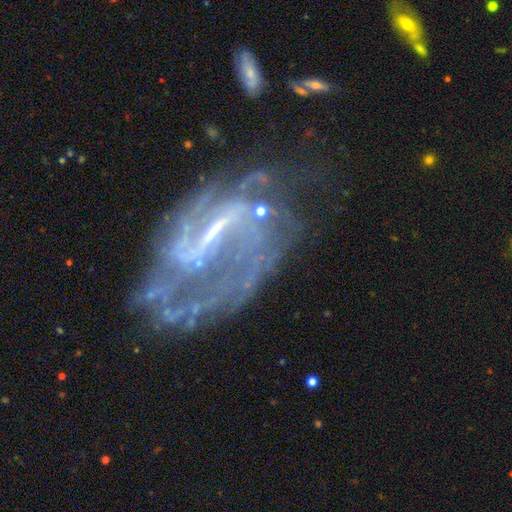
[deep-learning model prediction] The model was most divided on "spiral arm count": 2: 40%, can't tell: 31%, 3: 11%, 1: 7%, 4: 6%, more than 4: 5%. Remaining: edge-on disk — no (95%); spiral arms — yes (87%); smooth or featured — featured or disk (85%); bar — strong (51%); bulge size — small (49%); merging — none (45%); spiral winding — medium (43%).